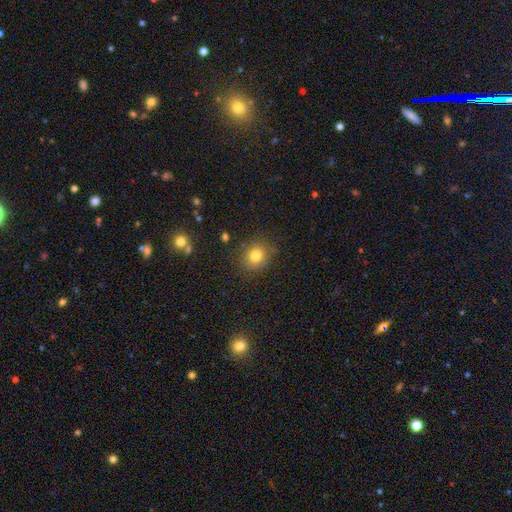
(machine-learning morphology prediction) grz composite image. It shows a smooth galaxy with no disk features (79%) that is round (77%). Merging: none (81%).